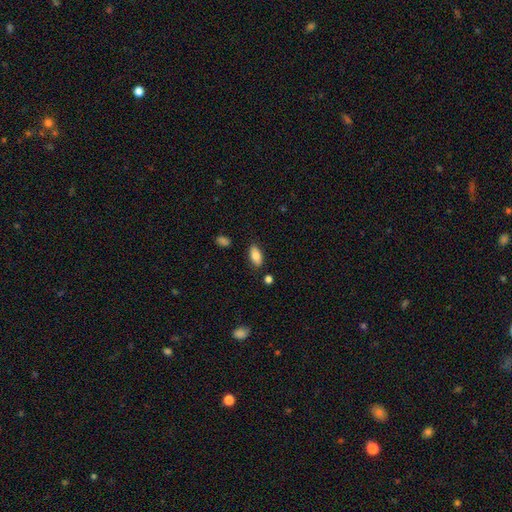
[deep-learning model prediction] Overall: smooth (83%). How rounded: in between (91%). Merging: none (85%).